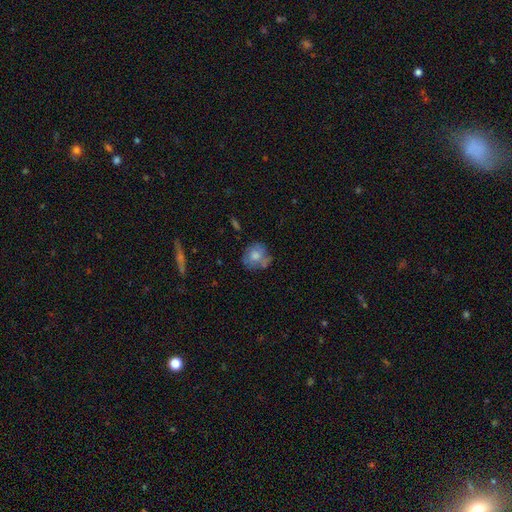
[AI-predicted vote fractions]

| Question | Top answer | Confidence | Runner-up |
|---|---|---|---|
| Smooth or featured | smooth | 66% | featured or disk (26%) |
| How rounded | round | 80% | in between (19%) |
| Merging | none | 63% | minor disturbance (24%) |